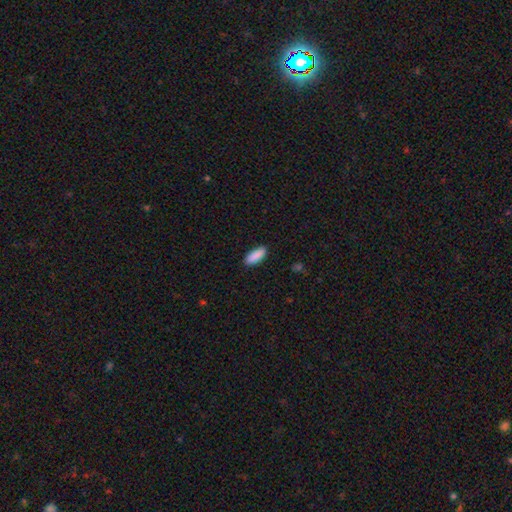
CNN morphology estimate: Smooth or featured? smooth (90%)
How rounded? in between (72%)
Merging? none (88%)